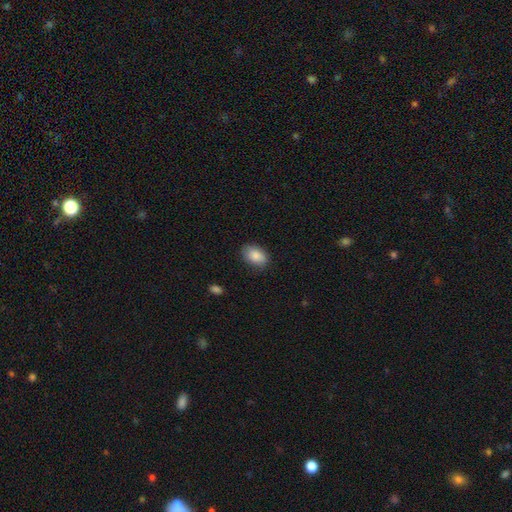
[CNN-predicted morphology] Smooth or featured?
  - smooth: 86% *
  - featured or disk: 8%
  - star or artifact: 7%
How rounded?
  - in between: 88% *
  - round: 11%
  - cigar-shaped: 1%
Merging?
  - none: 80% *
  - minor disturbance: 16%
  - major disturbance: 3%
  - merger: 1%